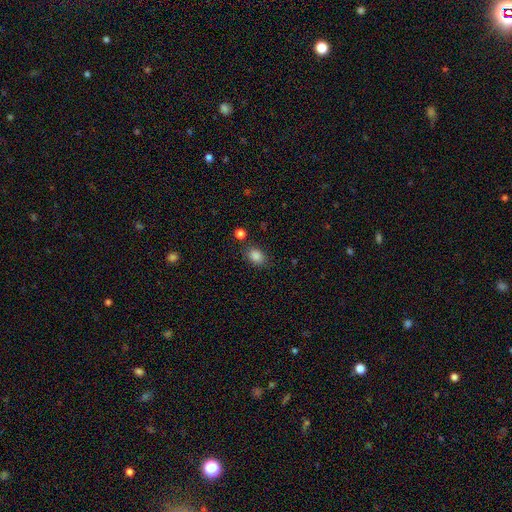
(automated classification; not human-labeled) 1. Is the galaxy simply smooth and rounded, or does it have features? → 85% smooth, 11% star or artifact, 4% featured or disk.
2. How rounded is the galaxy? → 65% in between, 34% round, 1% cigar-shaped.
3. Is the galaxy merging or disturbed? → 79% none, 13% minor disturbance, 4% merger, 4% major disturbance.